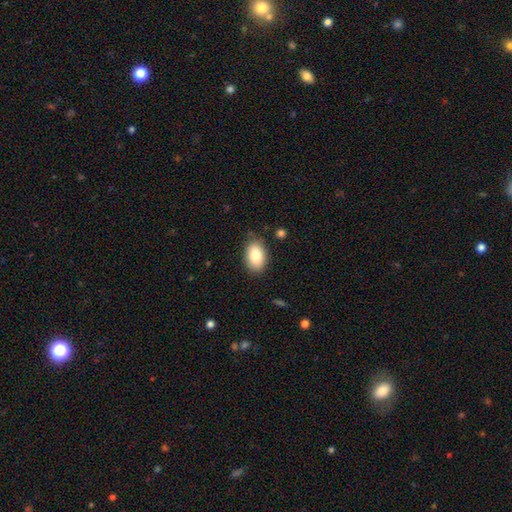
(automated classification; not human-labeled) Smooth or featured? Predicted: smooth (p=0.85). How rounded? Predicted: in between (p=0.91). Merging? Predicted: none (p=0.83).